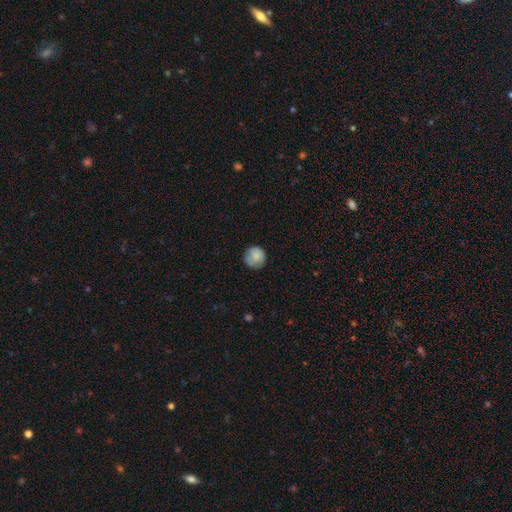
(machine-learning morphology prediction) A smooth galaxy with no disk features (81%) that is round (93%). Merging: none (78%).